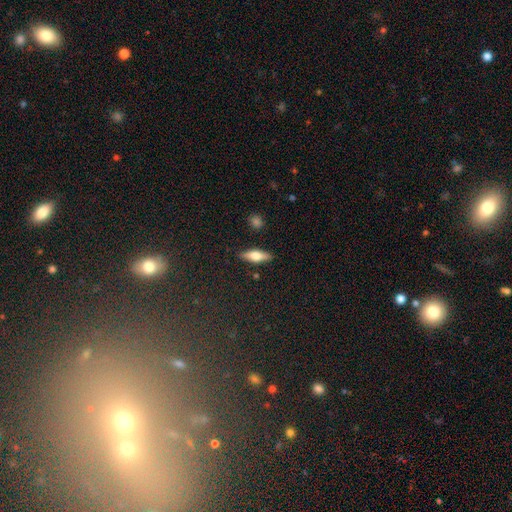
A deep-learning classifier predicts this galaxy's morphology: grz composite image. It shows a smooth galaxy with no disk features (52%) that is cigar-shaped (50%). Merging: none (87%).